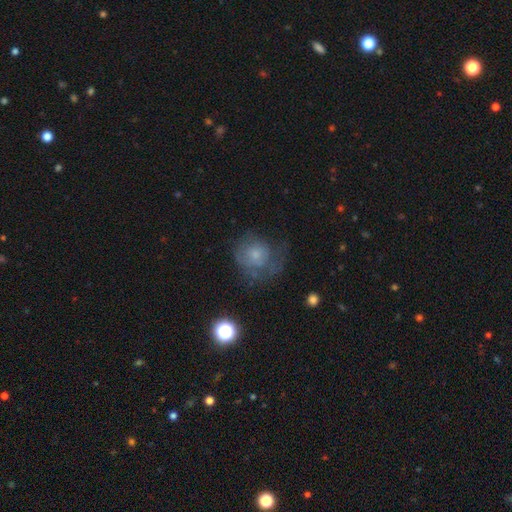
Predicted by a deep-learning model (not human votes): Morphology: type=smooth (53%); roundness=round (80%); merging=none (41%).